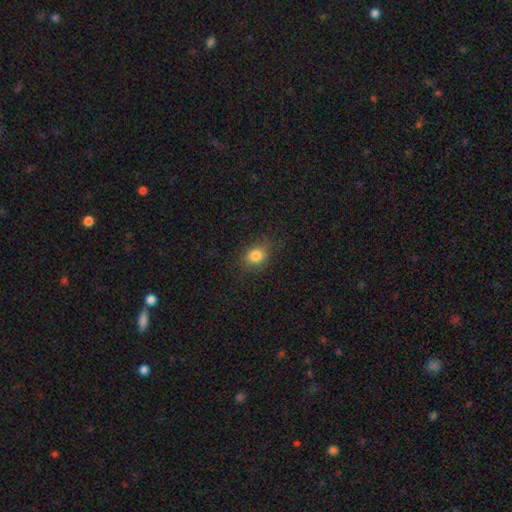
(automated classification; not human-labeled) smooth_or_featured: smooth (p=0.83) [alt: star or artifact p=0.11]
how_rounded: in between (p=0.55) [alt: round p=0.44]
merging: none (p=0.79) [alt: minor disturbance p=0.15]